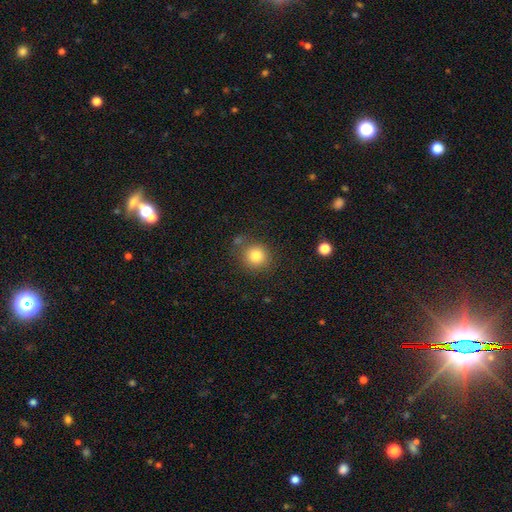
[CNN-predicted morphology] Smooth or featured: smooth — 82% (star or artifact — 11%)
How rounded: round — 90% (in between — 9%)
Merging: none — 77% (minor disturbance — 12%)